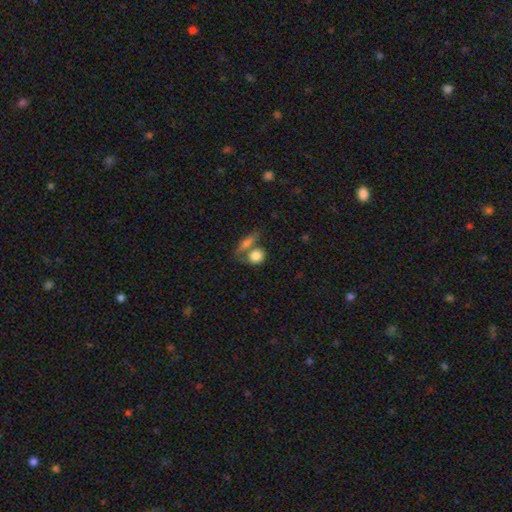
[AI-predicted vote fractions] Morphology: type=smooth (82%); roundness=round (61%); merging=none (46%).